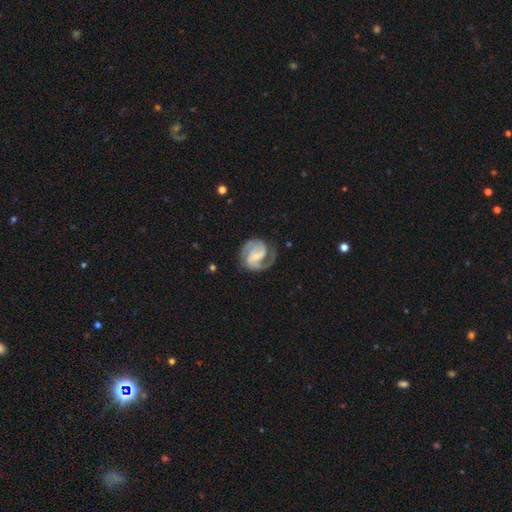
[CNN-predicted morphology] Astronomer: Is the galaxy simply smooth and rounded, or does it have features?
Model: featured or disk — 90%.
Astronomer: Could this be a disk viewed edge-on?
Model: no — 98%.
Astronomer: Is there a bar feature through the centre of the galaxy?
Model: weak — 47% (runner-up: no, 31%).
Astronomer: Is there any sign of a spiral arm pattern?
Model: yes — 98%.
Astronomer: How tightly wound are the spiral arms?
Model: medium — 50% (runner-up: tight, 40%).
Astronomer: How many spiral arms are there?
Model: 2 — 74%.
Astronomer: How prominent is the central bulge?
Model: small — 61%.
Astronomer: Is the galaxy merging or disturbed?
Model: none — 74%.